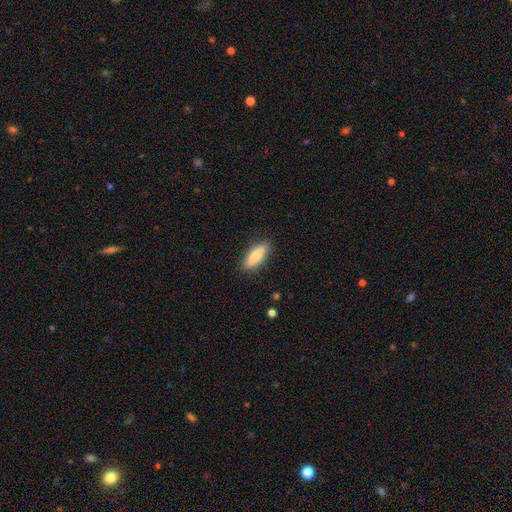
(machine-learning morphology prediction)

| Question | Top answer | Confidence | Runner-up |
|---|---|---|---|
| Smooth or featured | smooth | 84% | featured or disk (10%) |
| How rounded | in between | 52% | cigar-shaped (46%) |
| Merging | none | 88% | minor disturbance (9%) |